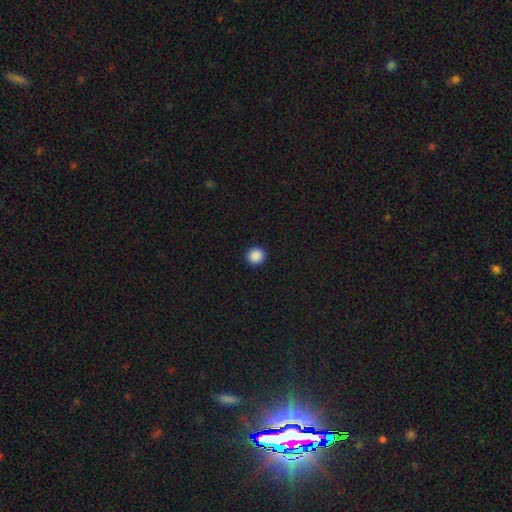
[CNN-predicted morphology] smooth-or-featured: smooth: 89% | star or artifact: 9% | featured or disk: 2%
  how-rounded: round: 91% | in between: 8% | cigar-shaped: 1%
  merging: none: 93% | minor disturbance: 5% | major disturbance: 2% | merger: 1%